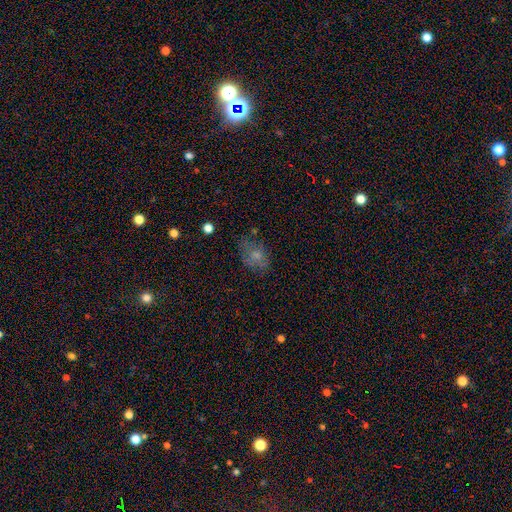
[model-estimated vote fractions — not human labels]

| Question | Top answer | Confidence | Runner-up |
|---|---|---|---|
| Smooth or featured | smooth | 63% | featured or disk (24%) |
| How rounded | in between | 76% | round (22%) |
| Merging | none | 53% | minor disturbance (26%) |